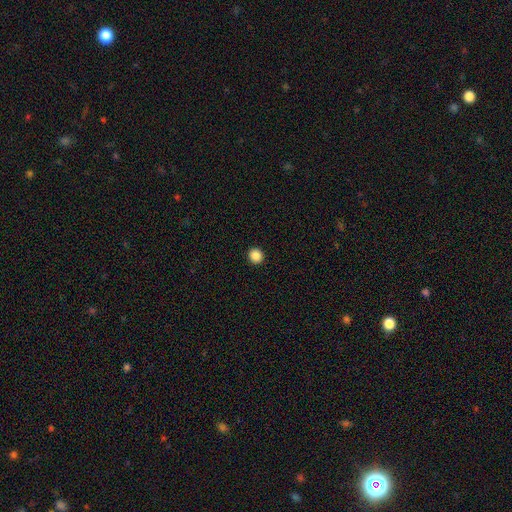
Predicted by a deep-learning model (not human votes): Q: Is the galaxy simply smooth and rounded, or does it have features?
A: smooth — 87%.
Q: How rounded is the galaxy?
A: round — 92%.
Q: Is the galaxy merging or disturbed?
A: none — 94%.